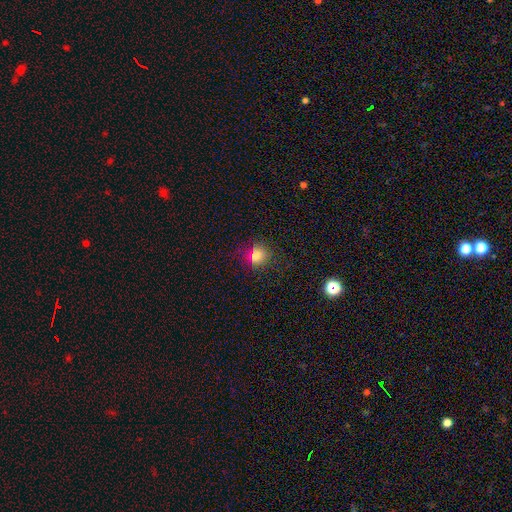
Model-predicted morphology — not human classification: This appears to be a smooth galaxy with no disk features (74%) that is round (79%). Merging: none (83%).